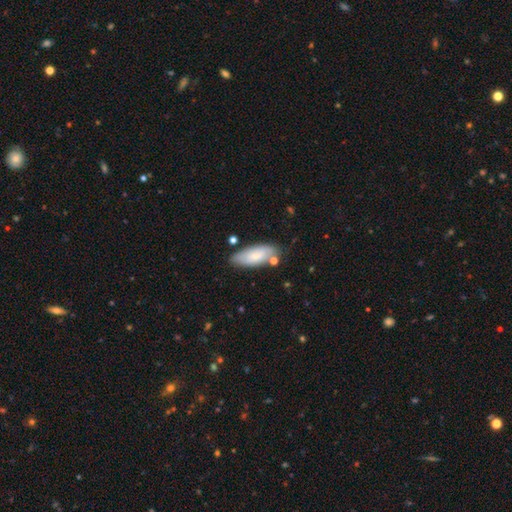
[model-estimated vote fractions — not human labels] smooth-or-featured: smooth: 72% | featured or disk: 21% | star or artifact: 6%
  how-rounded: in between: 81% | cigar-shaped: 16% | round: 2%
  merging: none: 72% | minor disturbance: 18% | merger: 6% | major disturbance: 4%